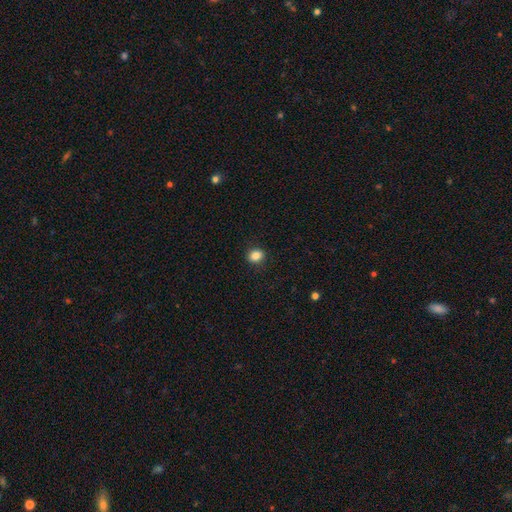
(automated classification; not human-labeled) This is clearly a smooth galaxy (85%). How rounded: possibly round (58%). Merging: clearly none (90%).